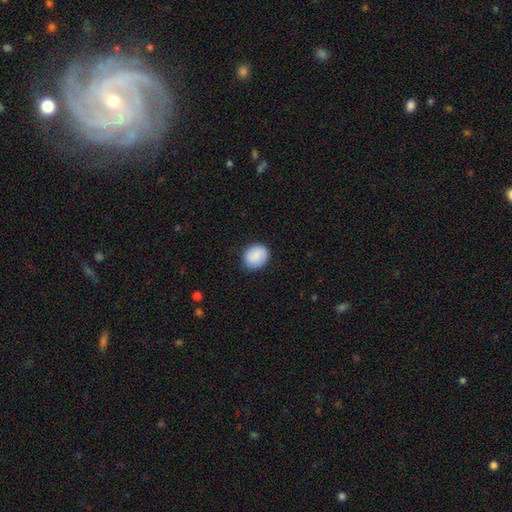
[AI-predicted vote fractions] Smooth or featured: smooth — 82% (featured or disk — 11%)
How rounded: round — 66% (in between — 33%)
Merging: none — 84% (minor disturbance — 12%)